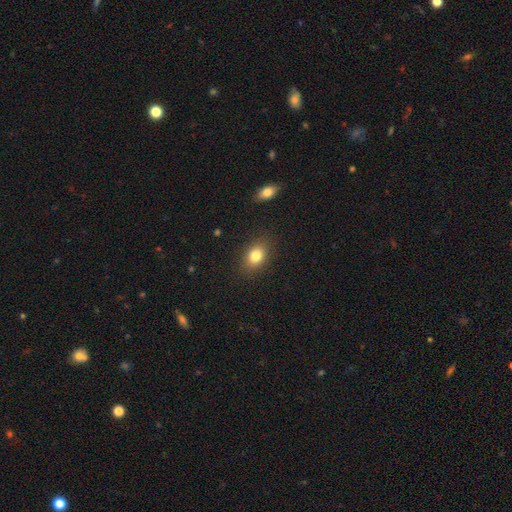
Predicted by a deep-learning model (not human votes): Q: Smooth or featured?
A: smooth (81%); runner-up: star or artifact (10%)
Q: How rounded?
A: in between (71%); runner-up: round (28%)
Q: Merging?
A: none (86%); runner-up: minor disturbance (10%)